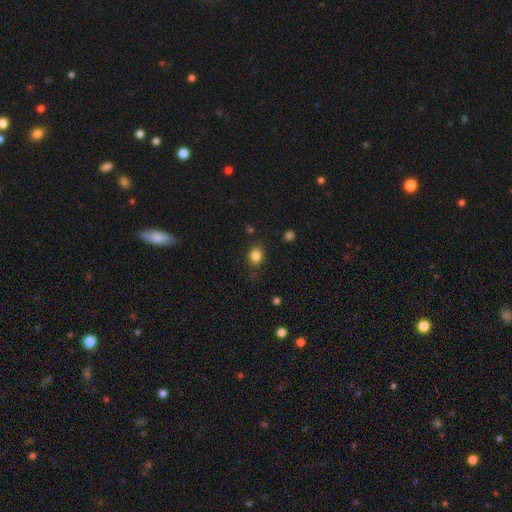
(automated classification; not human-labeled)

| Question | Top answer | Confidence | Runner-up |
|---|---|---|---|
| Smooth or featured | smooth | 84% | star or artifact (11%) |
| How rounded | round | 54% | in between (45%) |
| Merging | none | 80% | minor disturbance (14%) |